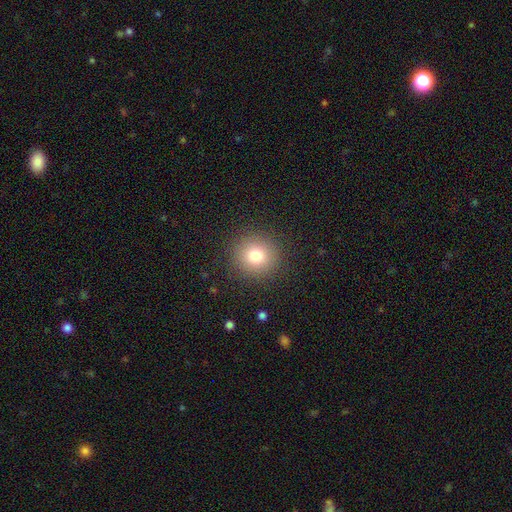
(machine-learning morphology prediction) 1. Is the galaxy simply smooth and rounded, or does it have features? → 78% smooth, 13% star or artifact, 9% featured or disk.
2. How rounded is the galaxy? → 93% round, 6% in between, 1% cigar-shaped.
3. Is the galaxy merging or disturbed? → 90% none, 6% minor disturbance, 3% major disturbance, 1% merger.